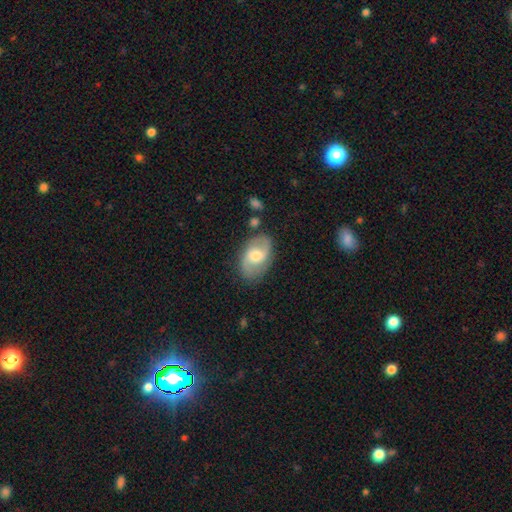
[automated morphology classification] smooth_or_featured: featured or disk (p=0.65) [alt: smooth p=0.29]
disk_edge_on: no (p=0.96) [alt: yes p=0.04]
bar: weak (p=0.47) [alt: no p=0.44]
has_spiral_arms: yes (p=0.88) [alt: no p=0.12]
spiral_winding: medium (p=0.47) [alt: loose p=0.34]
spiral_arm_count: 2 (p=0.87) [alt: can't tell p=0.07]
bulge_size: moderate (p=0.66) [alt: small p=0.21]
merging: none (p=0.77) [alt: minor disturbance p=0.16]